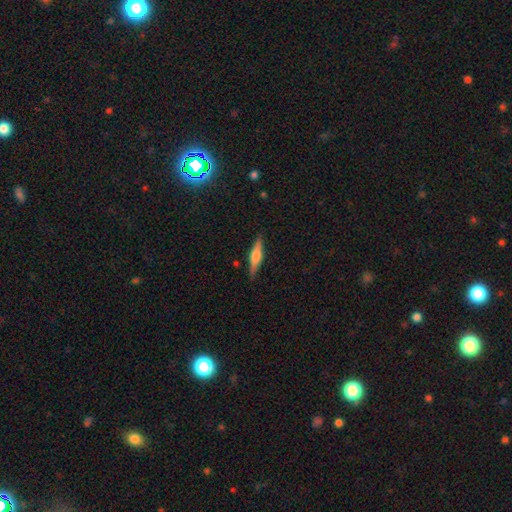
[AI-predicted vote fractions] Smooth or featured: featured or disk — 55% (smooth — 38%)
Edge-on disk: yes — 96% (no — 4%)
Edge-on bulge: rounded — 81% (boxy — 14%)
Merging: none — 88% (minor disturbance — 9%)